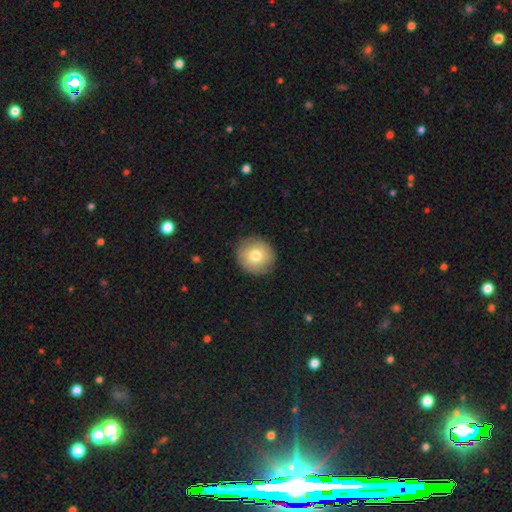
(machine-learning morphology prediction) smooth 74%, featured or disk 18%, star or artifact 8%. Down the decision tree: how rounded — round (92%); merging — none (87%).